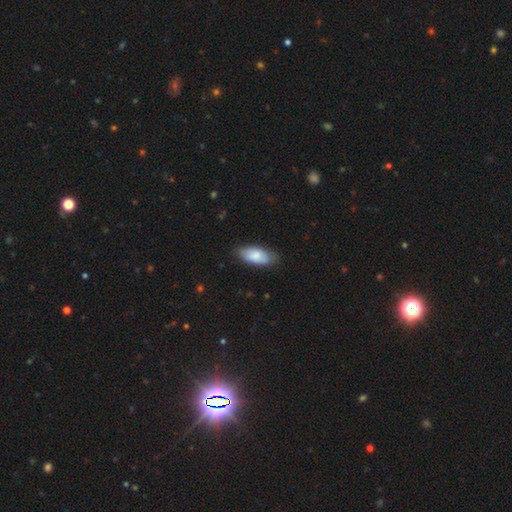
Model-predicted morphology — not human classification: Q: Smooth or featured?
A: smooth (80%); runner-up: featured or disk (14%)
Q: How rounded?
A: in between (87%); runner-up: cigar-shaped (11%)
Q: Merging?
A: none (77%); runner-up: minor disturbance (19%)